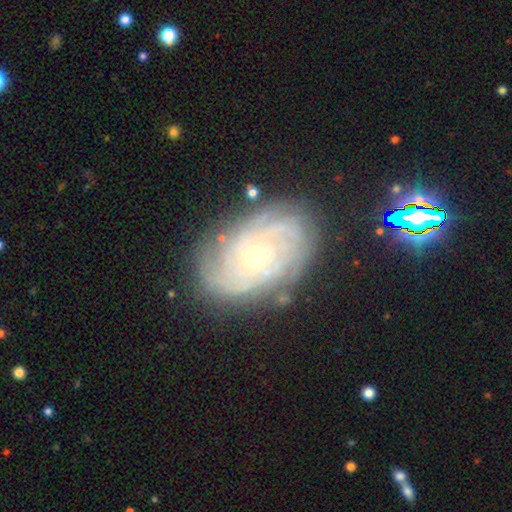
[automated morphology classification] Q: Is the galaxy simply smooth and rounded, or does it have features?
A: featured or disk — 83%.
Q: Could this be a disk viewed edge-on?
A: no — 96%.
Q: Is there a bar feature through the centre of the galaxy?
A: no — 78%.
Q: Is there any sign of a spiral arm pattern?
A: yes — 95%.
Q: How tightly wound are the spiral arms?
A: tight — 76%.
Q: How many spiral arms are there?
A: can't tell — 34%.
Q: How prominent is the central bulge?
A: small — 71%.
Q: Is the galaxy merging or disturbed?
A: none — 78%.